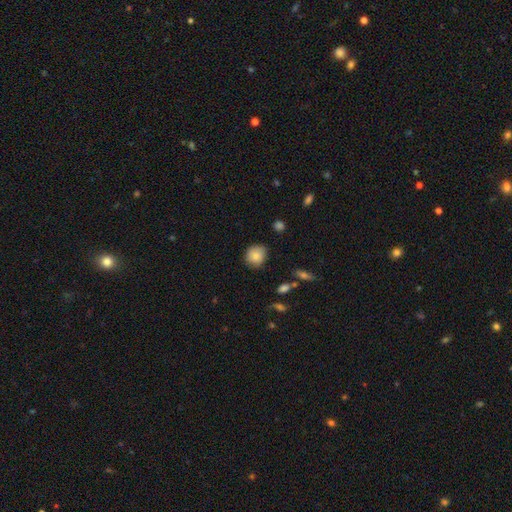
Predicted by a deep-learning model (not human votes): A smooth galaxy with no disk features (81%) that is round (84%).

Vote fractions:
- Smooth or featured? smooth: 81% / featured or disk: 10% / star or artifact: 9%
- How rounded? round: 84% / in between: 15% / cigar-shaped: 1%
- Merging? none: 78% / minor disturbance: 17% / major disturbance: 3% / merger: 2%